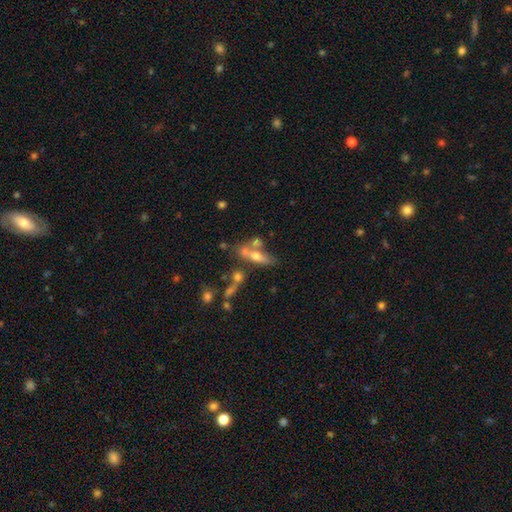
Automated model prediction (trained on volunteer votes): Smooth or featured? Predicted: smooth (p=0.45). Merging? Predicted: none (p=0.40).